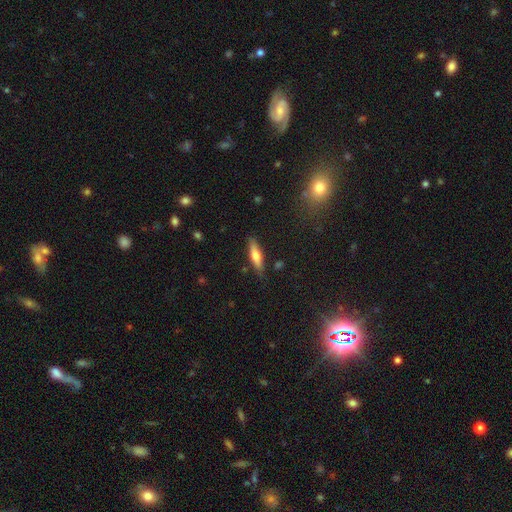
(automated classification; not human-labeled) Q: Smooth or featured?
A: smooth (58%); runner-up: featured or disk (36%)
Q: How rounded?
A: cigar-shaped (71%); runner-up: in between (26%)
Q: Merging?
A: none (83%); runner-up: minor disturbance (12%)